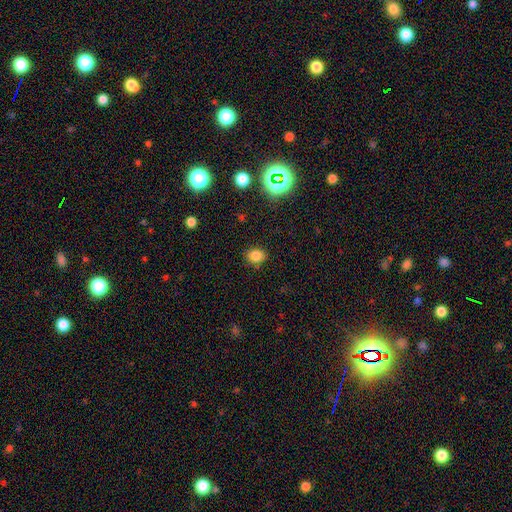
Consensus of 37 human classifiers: smooth_or_featured: smooth (p=0.92) [alt: featured or disk p=0.05]
how_rounded: round (p=0.65) [alt: in between p=0.35]
merging: none (p=0.83) [alt: minor disturbance p=0.11]